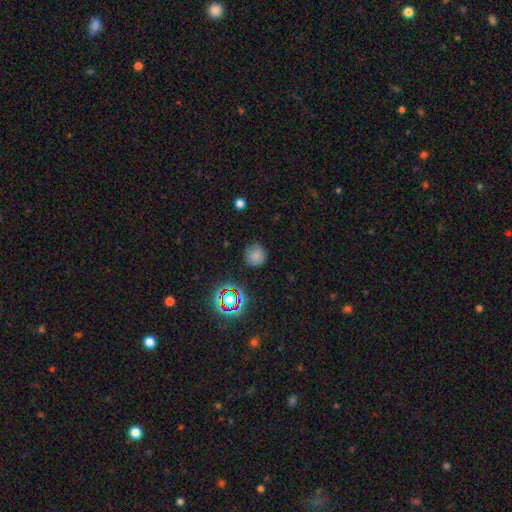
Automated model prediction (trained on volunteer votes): Overall: smooth (73%). How rounded: round (93%). Merging: none (83%).